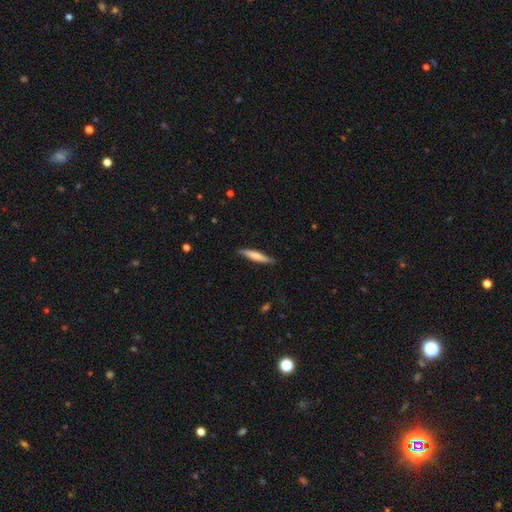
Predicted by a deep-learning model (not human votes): Smooth or featured? smooth (64%)
How rounded? cigar-shaped (90%)
Merging? none (85%)